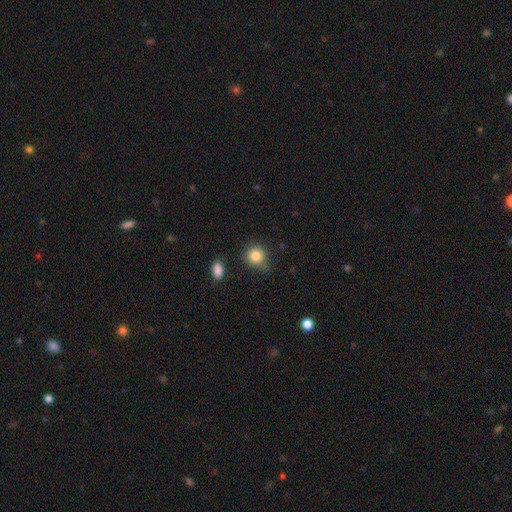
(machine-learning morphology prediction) type=smooth (85%); roundness=round (84%); merging=none (67%).